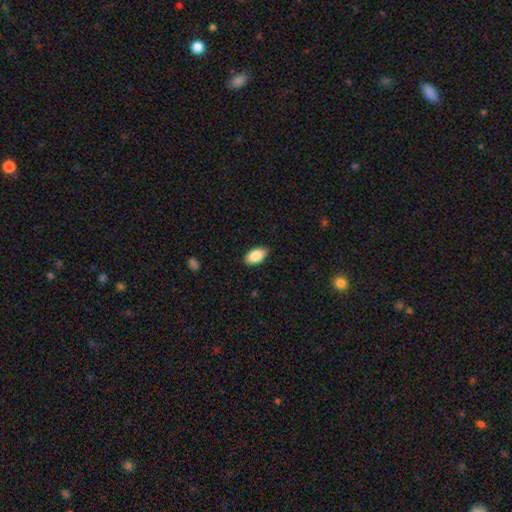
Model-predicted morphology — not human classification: The model was most divided on "merging": none: 86%, minor disturbance: 11%, major disturbance: 2%, merger: 1%. More confident: how rounded — in between (95%); smooth or featured — smooth (87%).